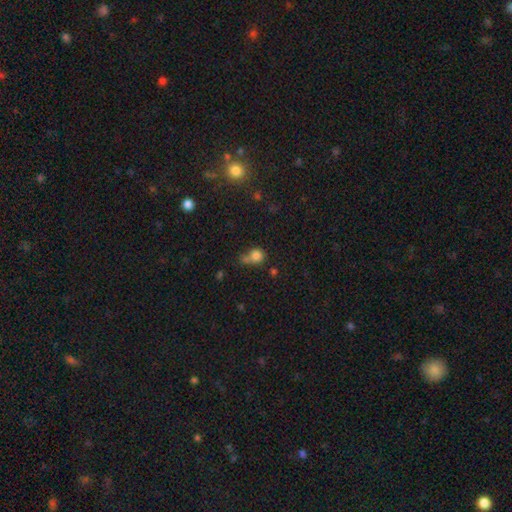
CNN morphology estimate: smooth_or_featured: smooth (p=0.79) [alt: star or artifact p=0.13]
how_rounded: round (p=0.79) [alt: in between p=0.19]
merging: none (p=0.41) [alt: merger p=0.33]